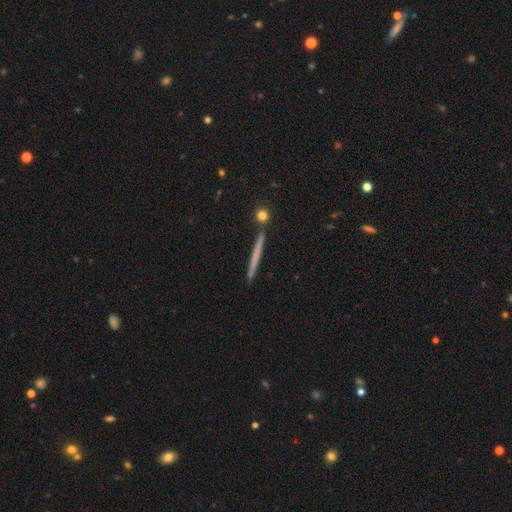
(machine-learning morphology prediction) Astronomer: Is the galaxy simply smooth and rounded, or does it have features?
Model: smooth — 50% (runner-up: featured or disk, 44%).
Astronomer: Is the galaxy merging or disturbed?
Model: none — 87%.